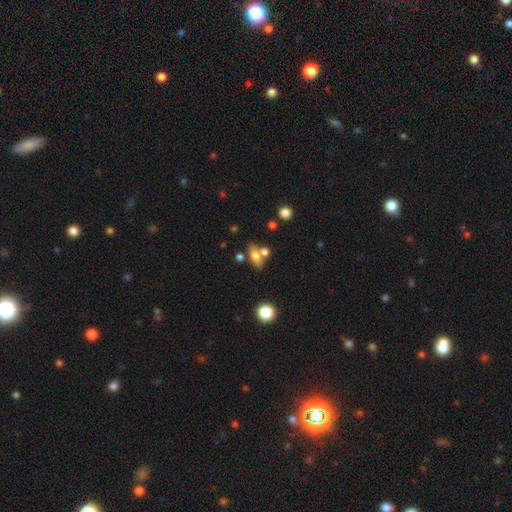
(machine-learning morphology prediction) type=smooth (65%); roundness=in between (69%); merging=none (56%).